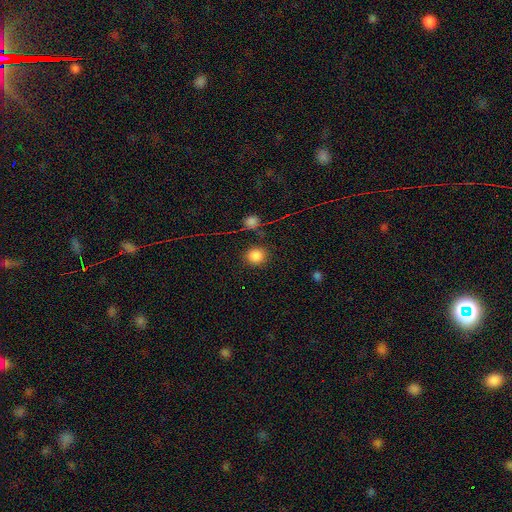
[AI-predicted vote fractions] Smooth or featured? smooth (83%)
How rounded? round (82%)
Merging? none (83%)